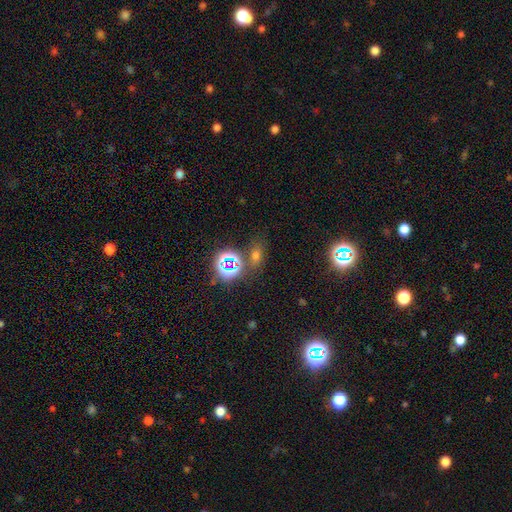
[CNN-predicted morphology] A smooth galaxy with no disk features (49%).

Vote fractions:
- Smooth or featured? smooth: 49% / star or artifact: 40% / featured or disk: 11%
- Merging? none: 71% / minor disturbance: 13% / merger: 11% / major disturbance: 5%